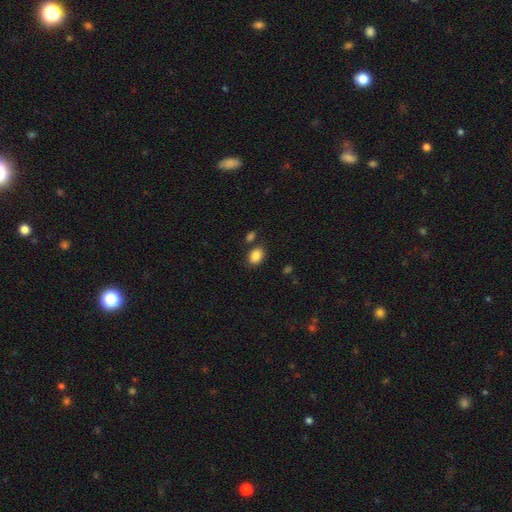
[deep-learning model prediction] Q: Smooth or featured?
A: smooth (87%); runner-up: star or artifact (8%)
Q: How rounded?
A: in between (74%); runner-up: round (25%)
Q: Merging?
A: none (76%); runner-up: minor disturbance (12%)